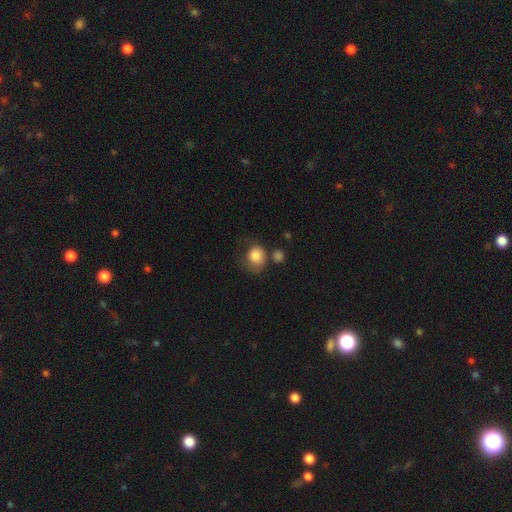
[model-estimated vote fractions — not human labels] This is clearly a smooth galaxy (83%). How rounded: likely round (69%). Merging: marginally none (39%).